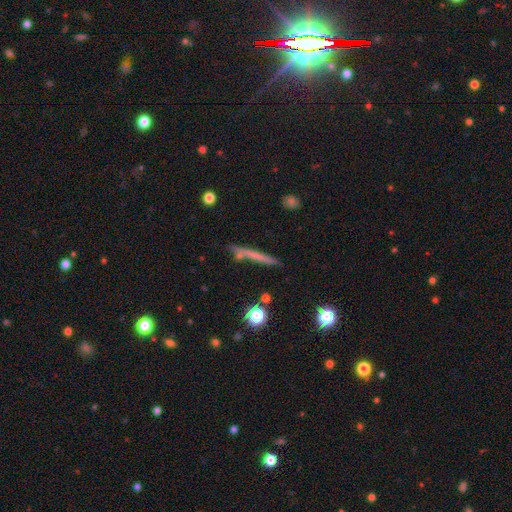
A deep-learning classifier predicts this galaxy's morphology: smooth_or_featured: smooth (p=0.54) [alt: featured or disk p=0.36]
how_rounded: cigar-shaped (p=0.94) [alt: in between p=0.03]
merging: none (p=0.76) [alt: minor disturbance p=0.13]